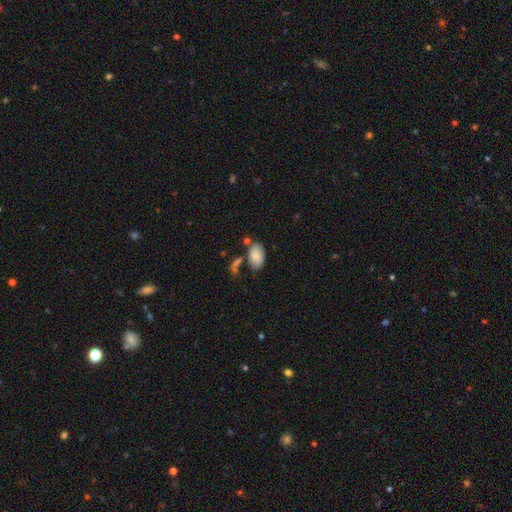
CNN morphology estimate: Smooth or featured? smooth (80%)
How rounded? in between (94%)
Merging? none (60%)